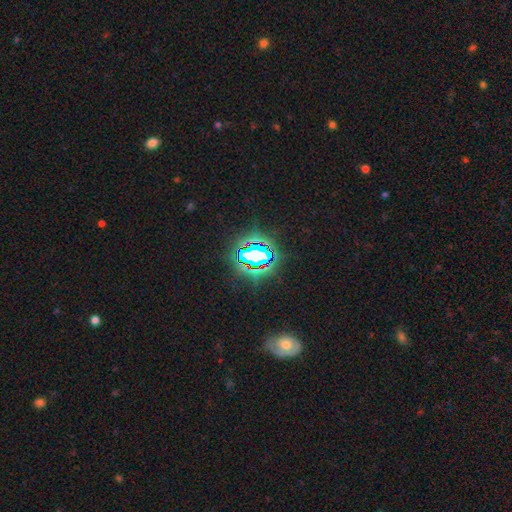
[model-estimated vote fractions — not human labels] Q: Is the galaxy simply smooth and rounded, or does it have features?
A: star or artifact — 73%.